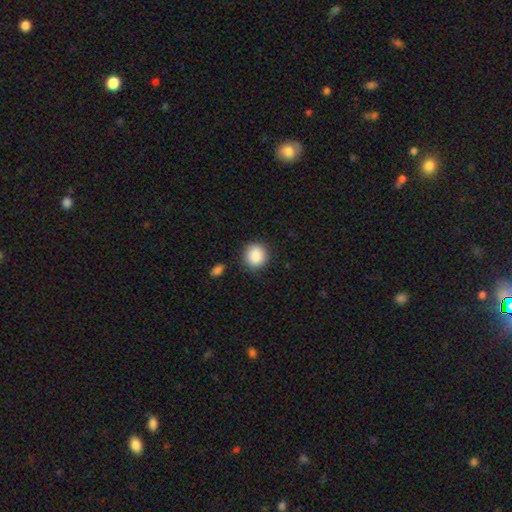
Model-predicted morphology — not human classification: Overall: smooth (89%). How rounded: round (85%). Merging: none (85%).